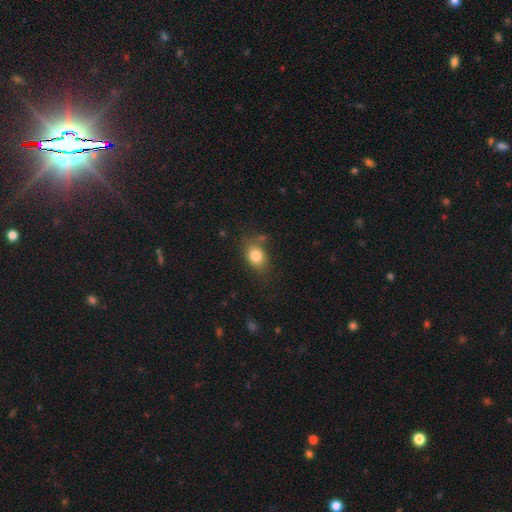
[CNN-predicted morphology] Smooth or featured? smooth (82%)
How rounded? in between (66%)
Merging? none (70%)